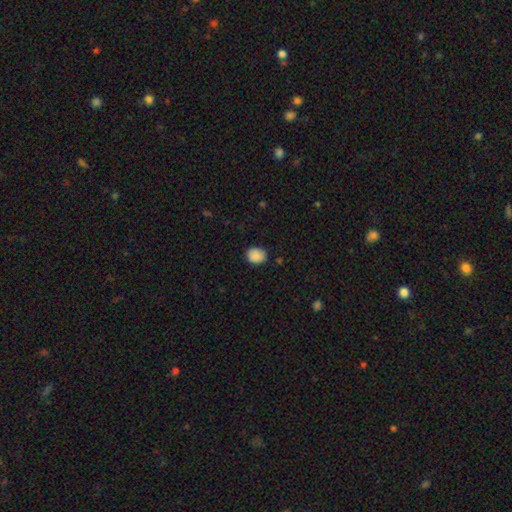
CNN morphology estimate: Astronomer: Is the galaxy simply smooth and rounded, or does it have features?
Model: smooth — 89%.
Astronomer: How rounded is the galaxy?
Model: round — 57% (runner-up: in between, 42%).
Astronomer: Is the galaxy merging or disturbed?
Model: none — 85%.